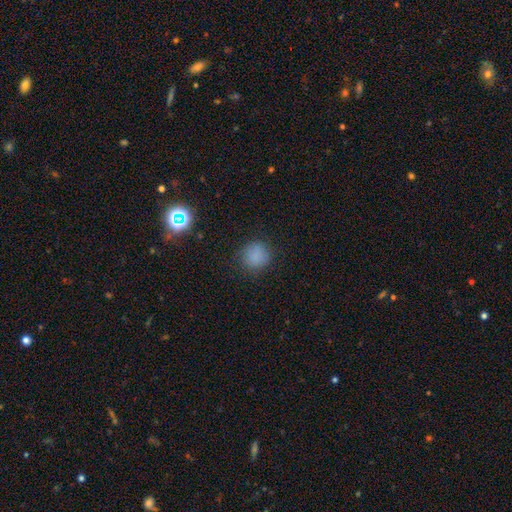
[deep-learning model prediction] A smooth galaxy with no disk features (81%) that is round (88%).

Vote fractions:
- Smooth or featured? smooth: 81% / star or artifact: 14% / featured or disk: 5%
- How rounded? round: 88% / in between: 11% / cigar-shaped: 1%
- Merging? none: 82% / minor disturbance: 13% / major disturbance: 4% / merger: 1%